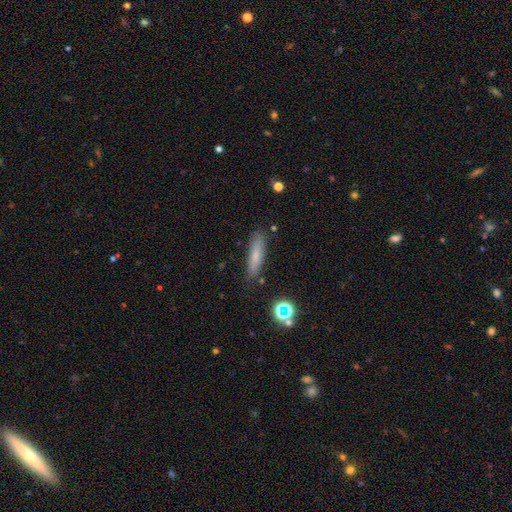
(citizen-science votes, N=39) This is likely a smooth galaxy (74%). How rounded: likely cigar-shaped (72%). Merging: likely none (66%).